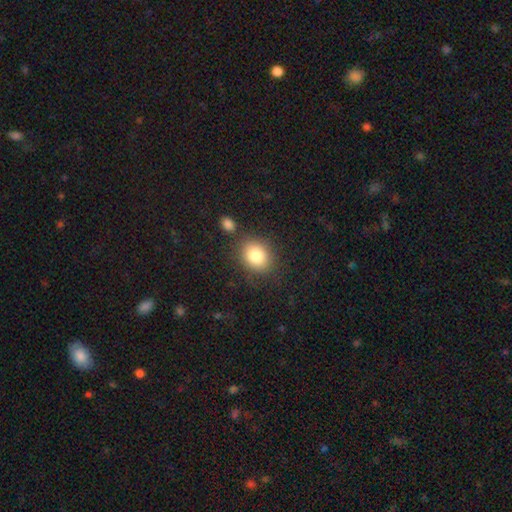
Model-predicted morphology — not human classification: This appears to be a smooth galaxy with no disk features (83%) that is round (59%). Merging: none (77%).